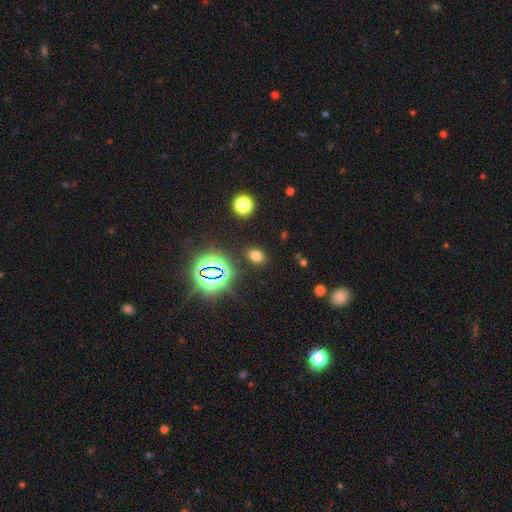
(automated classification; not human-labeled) Smooth or featured?
  - smooth: 66% *
  - star or artifact: 27%
  - featured or disk: 8%
How rounded?
  - in between: 66% *
  - round: 33%
  - cigar-shaped: 1%
Merging?
  - none: 86% *
  - minor disturbance: 8%
  - major disturbance: 3%
  - merger: 2%